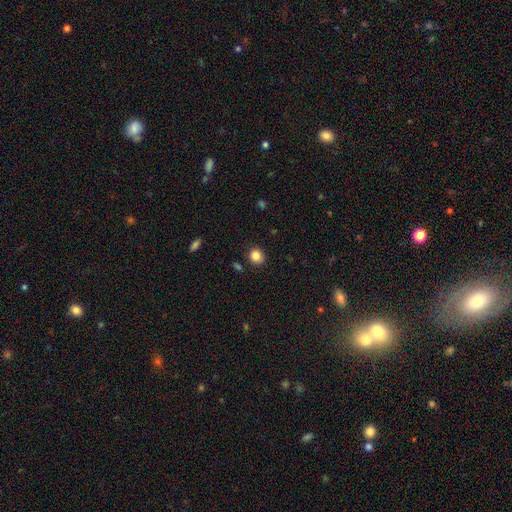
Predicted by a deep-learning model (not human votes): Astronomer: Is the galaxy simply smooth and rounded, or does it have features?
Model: smooth — 85%.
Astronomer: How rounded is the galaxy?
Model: round — 79%.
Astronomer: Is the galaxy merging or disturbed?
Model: none — 87%.